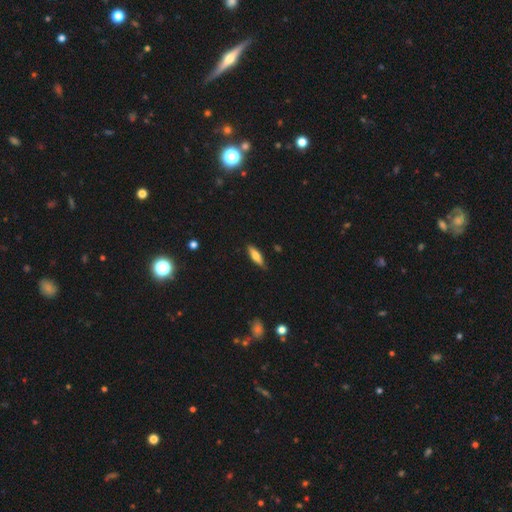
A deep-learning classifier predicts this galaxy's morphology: Q: Smooth or featured?
A: smooth (67%); runner-up: featured or disk (27%)
Q: How rounded?
A: cigar-shaped (54%); runner-up: in between (43%)
Q: Merging?
A: none (79%); runner-up: minor disturbance (17%)